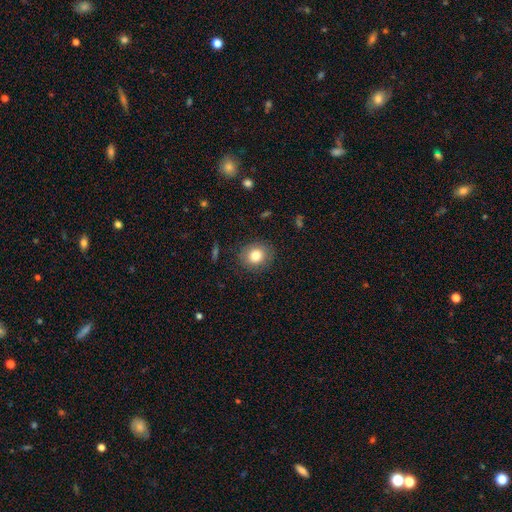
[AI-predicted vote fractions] The model was most divided on "how rounded": round: 73%, in between: 26%, cigar-shaped: 1%. More confident: merging — none (86%); smooth or featured — smooth (80%).